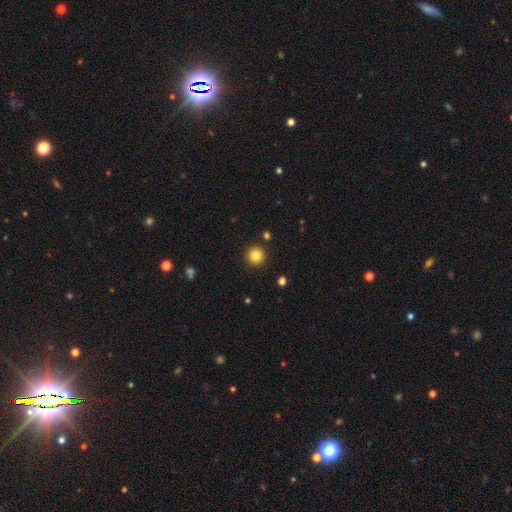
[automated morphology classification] smooth_or_featured: smooth (p=0.84) [alt: star or artifact p=0.11]
how_rounded: round (p=0.95) [alt: in between p=0.04]
merging: none (p=0.91) [alt: minor disturbance p=0.05]